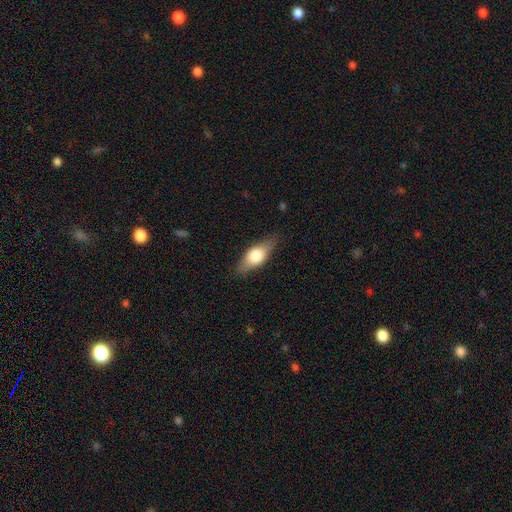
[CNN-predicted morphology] This appears to be a smooth galaxy with no disk features (63%) that is in between round and cigar-shaped (76%). Merging: none (81%).